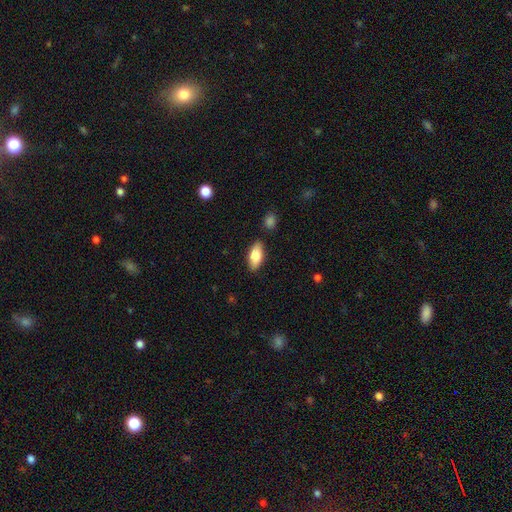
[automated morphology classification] smooth-or-featured: smooth: 80% | featured or disk: 14% | star or artifact: 7%
  how-rounded: in between: 87% | cigar-shaped: 10% | round: 3%
  merging: none: 85% | minor disturbance: 10% | merger: 3% | major disturbance: 2%